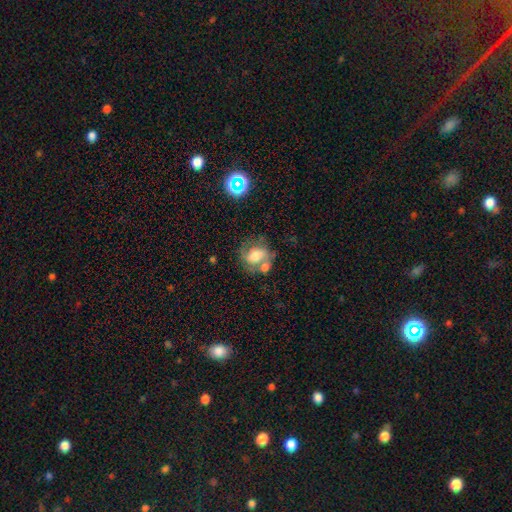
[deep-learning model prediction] Smooth or featured? smooth (51%)
How rounded? in between (52%)
Merging? none (38%)